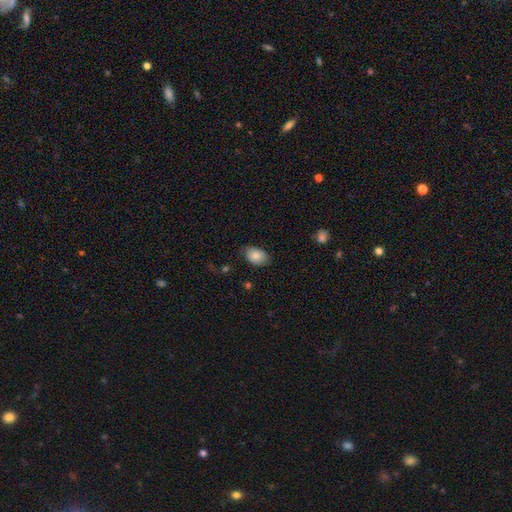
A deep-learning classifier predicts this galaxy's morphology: type=smooth (83%); roundness=in between (84%); merging=none (77%).